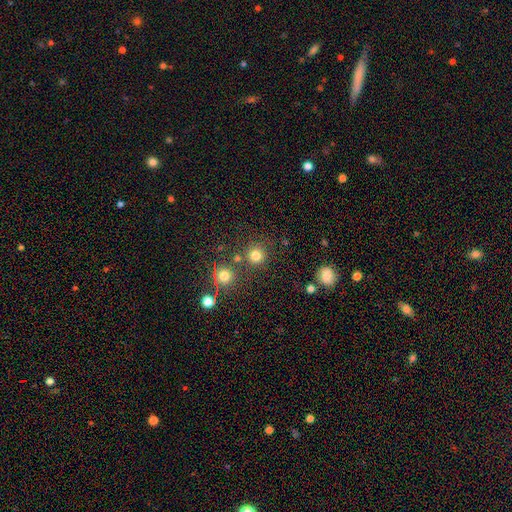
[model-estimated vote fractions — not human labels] Overall: smooth (78%). How rounded: round (93%). Merging: none (80%).